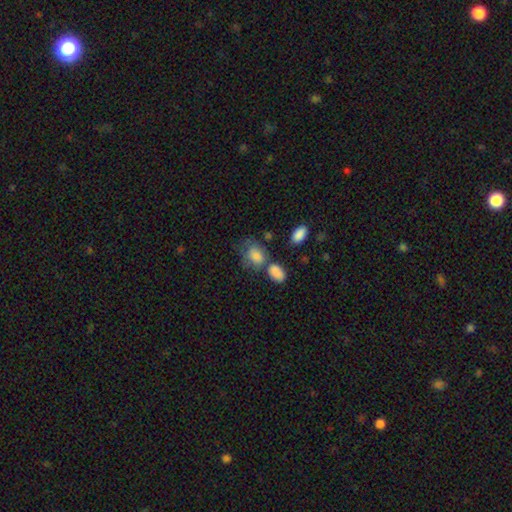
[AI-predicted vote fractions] This appears to be a smooth galaxy with no disk features (82%) that is in between round and cigar-shaped (75%). Merging: none (37%).